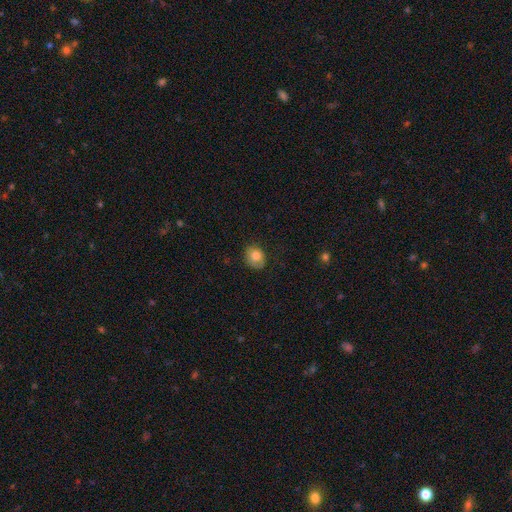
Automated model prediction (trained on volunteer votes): This appears to be a smooth galaxy with no disk features (77%) that is round (64%). Merging: none (70%).